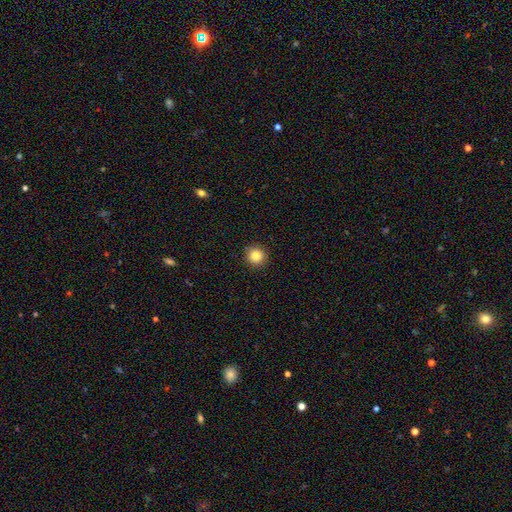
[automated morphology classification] Smooth or featured?
  - smooth: 84% *
  - star or artifact: 10%
  - featured or disk: 6%
How rounded?
  - round: 93% *
  - in between: 6%
  - cigar-shaped: 1%
Merging?
  - none: 92% *
  - minor disturbance: 6%
  - major disturbance: 2%
  - merger: 1%